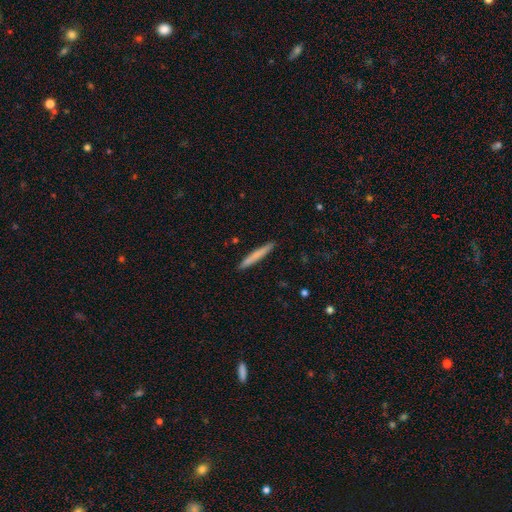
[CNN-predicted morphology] smooth_or_featured: smooth (p=0.73) [alt: featured or disk p=0.22]
how_rounded: cigar-shaped (p=0.96) [alt: in between p=0.03]
merging: none (p=0.92) [alt: minor disturbance p=0.06]